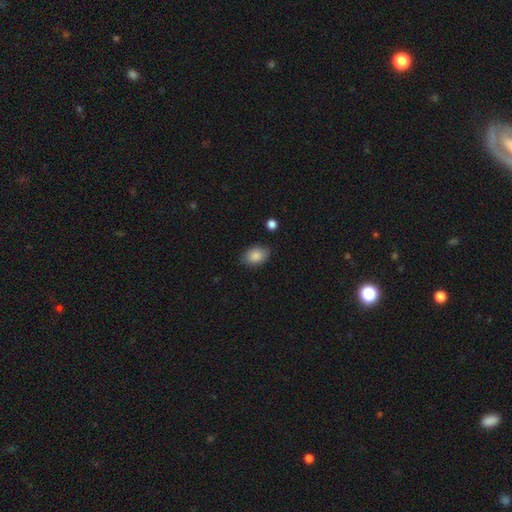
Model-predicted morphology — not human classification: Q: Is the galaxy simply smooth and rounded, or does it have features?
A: smooth — 87%.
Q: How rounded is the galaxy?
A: in between — 86%.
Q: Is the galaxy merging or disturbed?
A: none — 83%.